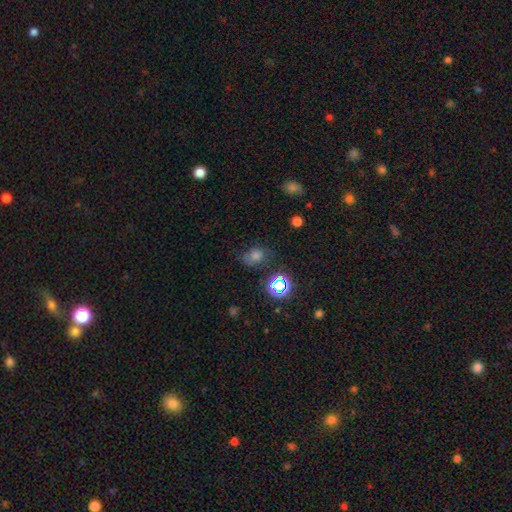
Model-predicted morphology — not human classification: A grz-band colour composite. It shows a smooth galaxy with no disk features (58%) that is in between round and cigar-shaped (50%). Merging: none (65%).